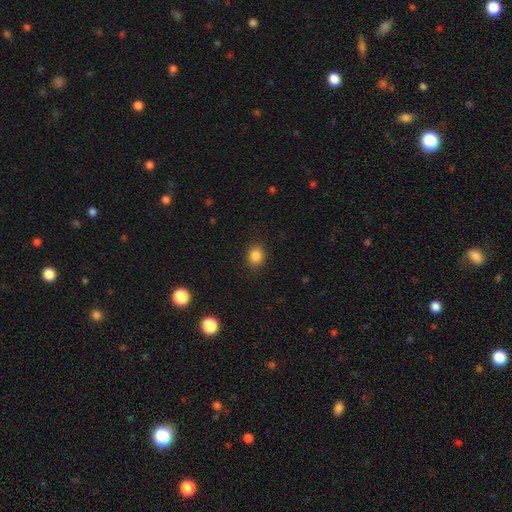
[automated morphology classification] This is clearly a smooth galaxy (85%). How rounded: likely round (65%). Merging: clearly none (89%).